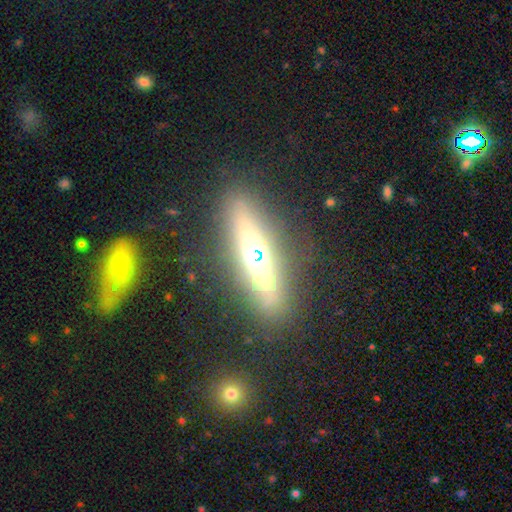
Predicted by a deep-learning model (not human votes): smooth-or-featured: featured or disk: 61% | smooth: 28% | star or artifact: 10%
  disk-edge-on: yes: 85% | no: 15%
    edge-on-bulge: rounded: 81% | none: 11% | boxy: 7%
  merging: none: 83% | minor disturbance: 10% | major disturbance: 4% | merger: 3%